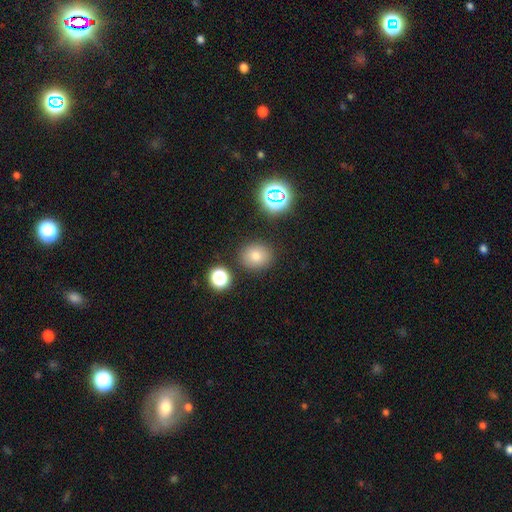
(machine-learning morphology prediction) A smooth galaxy with no disk features (75%) that is round (86%).

Vote fractions:
- Smooth or featured? smooth: 75% / star or artifact: 16% / featured or disk: 8%
- How rounded? round: 86% / in between: 13% / cigar-shaped: 1%
- Merging? none: 86% / minor disturbance: 8% / merger: 4% / major disturbance: 3%